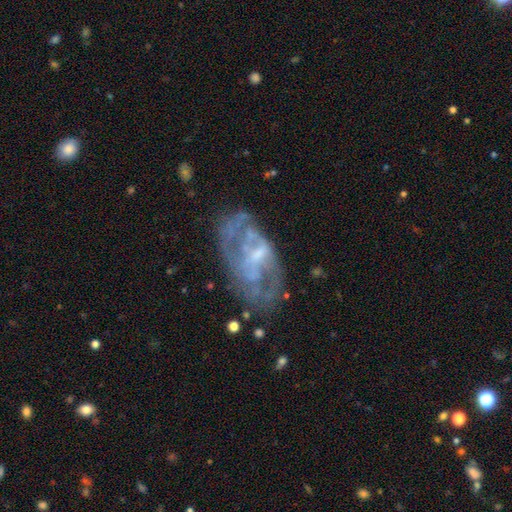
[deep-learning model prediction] The model was most divided on "bar": weak: 47%, no: 38%, strong: 15%. Remaining: edge-on disk — no (95%); smooth or featured — featured or disk (77%); spiral arms — yes (63%); merging — none (56%); bulge size — small (48%).